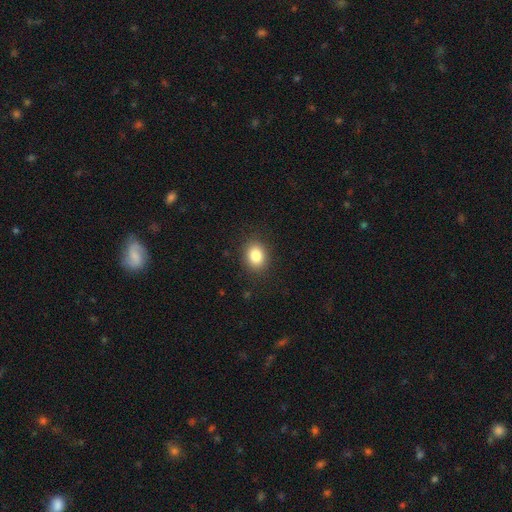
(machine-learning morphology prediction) type=smooth (84%); roundness=in between (50%); merging=none (88%).